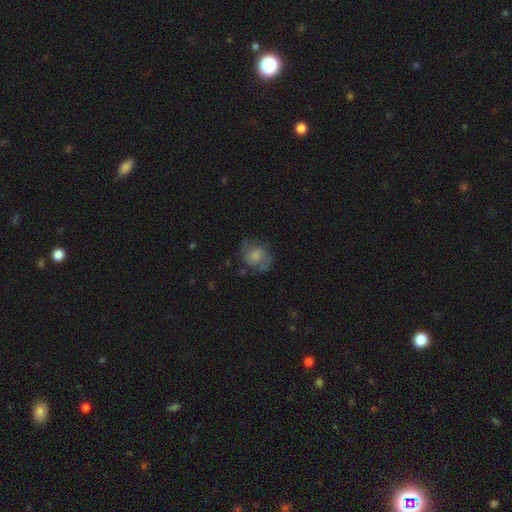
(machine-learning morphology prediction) Smooth or featured? smooth (61%)
How rounded? round (69%)
Merging? none (58%)